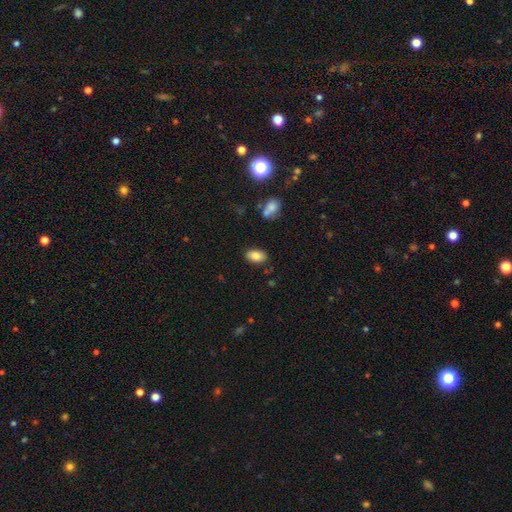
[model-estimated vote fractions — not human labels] This is clearly a smooth galaxy (83%). How rounded: clearly in between (92%). Merging: clearly none (84%).